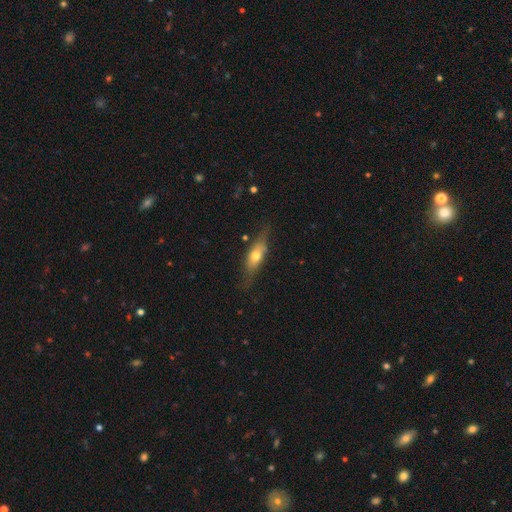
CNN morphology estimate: Q: Smooth or featured?
A: smooth (55%); runner-up: featured or disk (38%)
Q: How rounded?
A: in between (56%); runner-up: cigar-shaped (40%)
Q: Merging?
A: none (68%); runner-up: minor disturbance (23%)